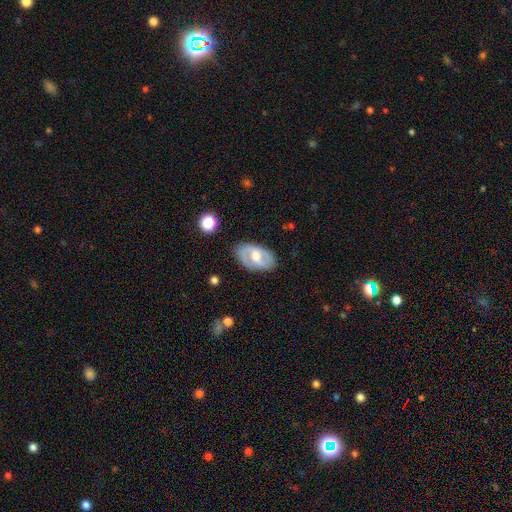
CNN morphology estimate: This appears to be a featured or disk galaxy (66%) with a weak bar (43%), spiral arms (62%) and a moderate central bulge (61%). Merging: none (80%).